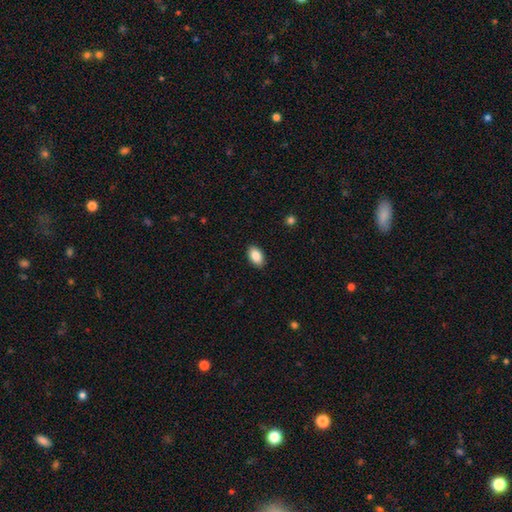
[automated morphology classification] Smooth or featured: smooth — 87% (star or artifact — 7%)
How rounded: in between — 93% (round — 5%)
Merging: none — 90% (minor disturbance — 7%)